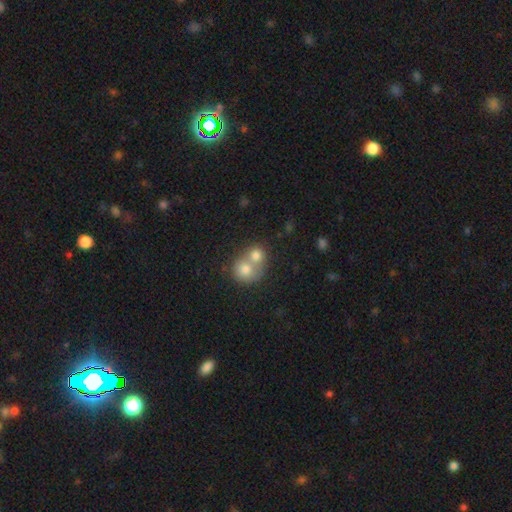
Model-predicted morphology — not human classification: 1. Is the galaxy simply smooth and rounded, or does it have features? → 72% smooth, 18% featured or disk, 10% star or artifact.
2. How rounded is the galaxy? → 77% round, 22% in between, 1% cigar-shaped.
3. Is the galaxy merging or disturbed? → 71% merger, 22% none, 4% minor disturbance, 2% major disturbance.